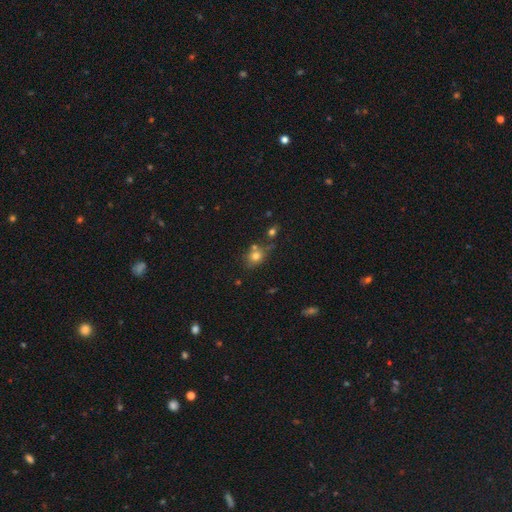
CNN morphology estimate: A smooth galaxy with no disk features (75%) that is round (63%). Merging: none (55%).